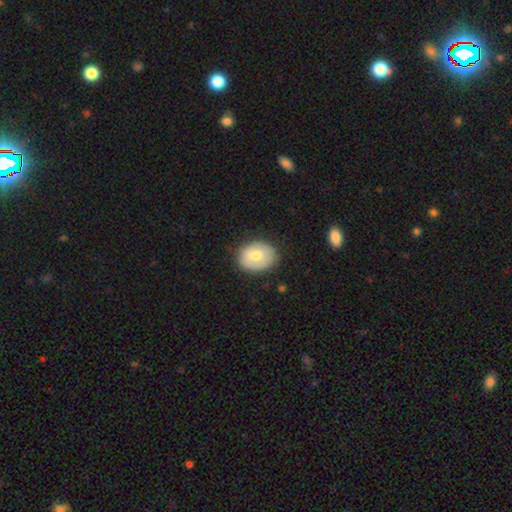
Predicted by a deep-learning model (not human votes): The model was most divided on "how rounded": in between: 59%, round: 40%, cigar-shaped: 1%. More confident: merging — none (82%); smooth or featured — smooth (67%).